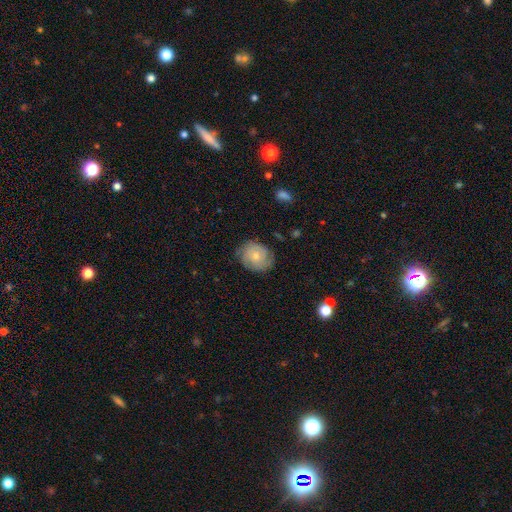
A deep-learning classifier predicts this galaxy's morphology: A smooth galaxy with no disk features (47%). Merging: none (75%).